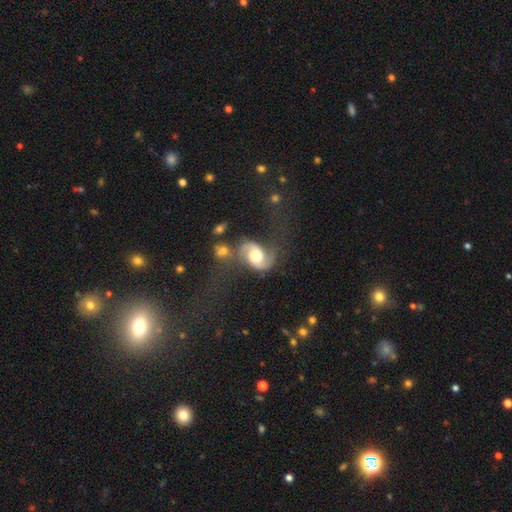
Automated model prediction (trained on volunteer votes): smooth_or_featured: featured or disk (p=0.80) [alt: smooth p=0.14]
disk_edge_on: no (p=0.97) [alt: yes p=0.03]
bar: no (p=0.59) [alt: weak p=0.32]
has_spiral_arms: yes (p=0.94) [alt: no p=0.06]
spiral_winding: loose (p=0.46) [alt: medium p=0.42]
spiral_arm_count: 2 (p=0.92) [alt: can't tell p=0.03]
bulge_size: moderate (p=0.57) [alt: large p=0.32]
merging: none (p=0.52) [alt: minor disturbance p=0.21]